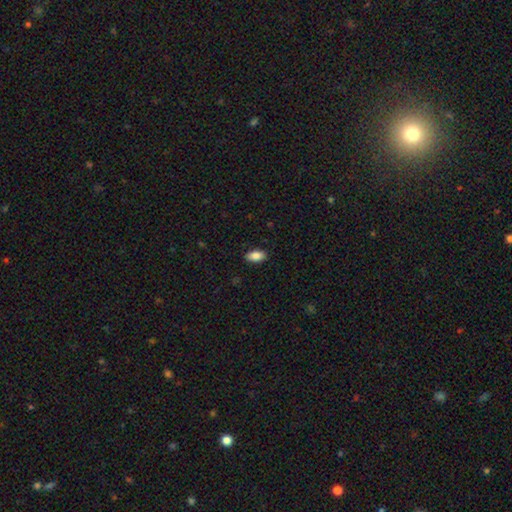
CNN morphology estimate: smooth_or_featured: smooth (p=0.87) [alt: star or artifact p=0.07]
how_rounded: in between (p=0.93) [alt: cigar-shaped p=0.04]
merging: none (p=0.89) [alt: minor disturbance p=0.08]